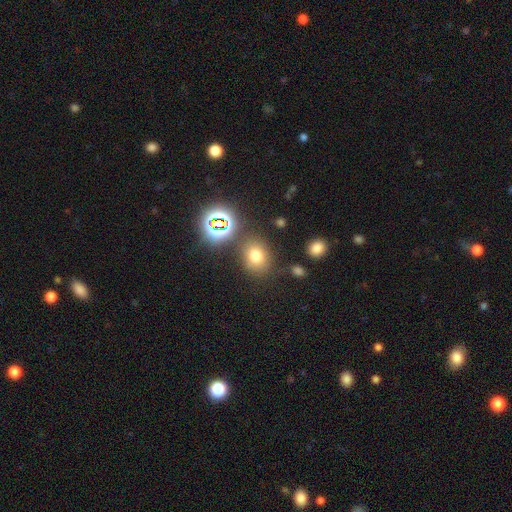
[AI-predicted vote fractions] Q: Smooth or featured?
A: smooth (70%); runner-up: star or artifact (21%)
Q: How rounded?
A: round (53%); runner-up: in between (46%)
Q: Merging?
A: none (74%); runner-up: minor disturbance (13%)